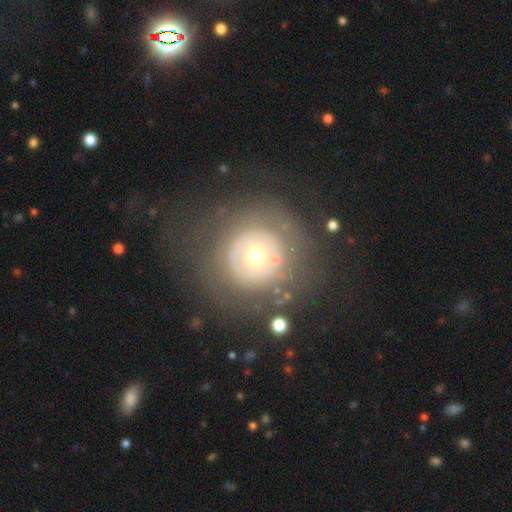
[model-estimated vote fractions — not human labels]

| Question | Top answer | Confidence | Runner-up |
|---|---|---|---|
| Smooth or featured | featured or disk | 55% | smooth (36%) |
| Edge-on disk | no | 96% | yes (4%) |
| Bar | no | 89% | weak (8%) |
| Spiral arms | no | 76% | yes (24%) |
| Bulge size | small | 56% | moderate (37%) |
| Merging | none | 67% | minor disturbance (15%) |